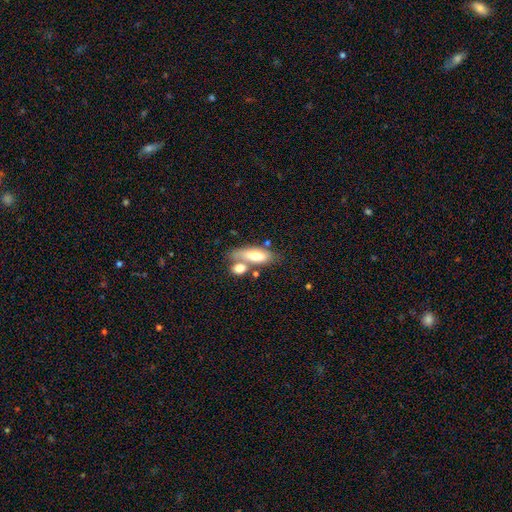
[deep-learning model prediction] Smooth or featured?
  - smooth: 68% *
  - featured or disk: 25%
  - star or artifact: 7%
How rounded?
  - in between: 67% *
  - cigar-shaped: 28%
  - round: 5%
Merging?
  - none: 45% *
  - merger: 33%
  - minor disturbance: 15%
  - major disturbance: 7%